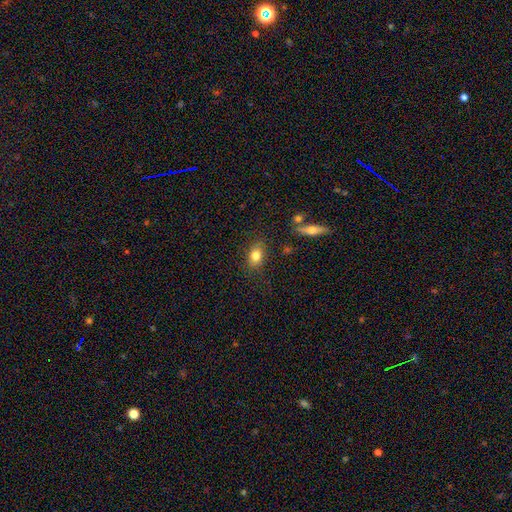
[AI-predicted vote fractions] The model was most divided on "how rounded": in between: 73%, round: 25%, cigar-shaped: 3%. More confident: merging — none (81%); smooth or featured — smooth (79%).